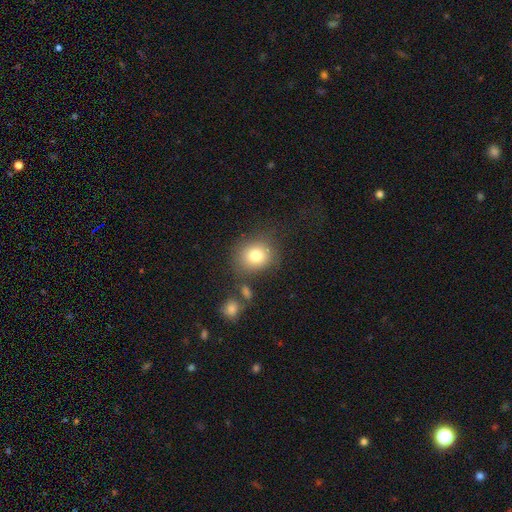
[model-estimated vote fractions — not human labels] A smooth galaxy with no disk features (81%) that is round (72%).

Vote fractions:
- Smooth or featured? smooth: 81% / star or artifact: 10% / featured or disk: 9%
- How rounded? round: 72% / in between: 27% / cigar-shaped: 1%
- Merging? none: 73% / minor disturbance: 14% / merger: 7% / major disturbance: 6%